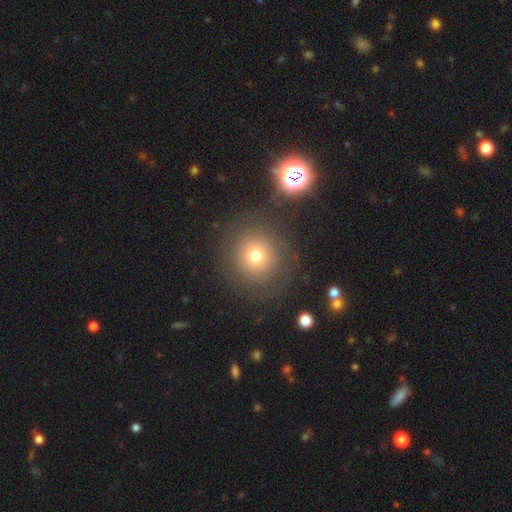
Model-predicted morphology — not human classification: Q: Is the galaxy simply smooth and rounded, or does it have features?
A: smooth — 69%.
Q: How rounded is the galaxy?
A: round — 91%.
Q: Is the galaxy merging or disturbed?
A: none — 82%.